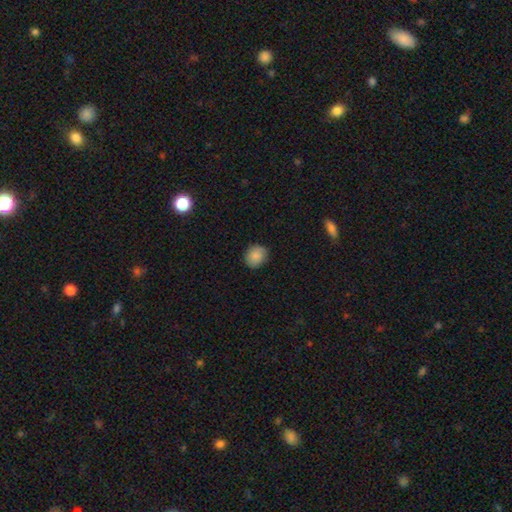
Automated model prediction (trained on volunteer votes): Morphology: type=smooth (87%); roundness=round (66%); merging=none (85%).